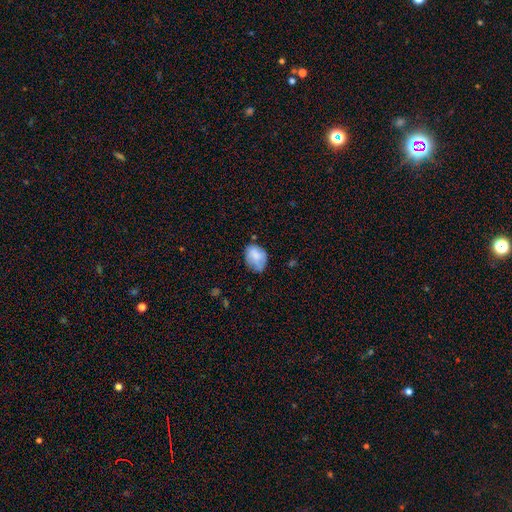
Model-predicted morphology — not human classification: A smooth galaxy with no disk features (76%) that is in between round and cigar-shaped (69%).

Vote fractions:
- Smooth or featured? smooth: 76% / featured or disk: 16% / star or artifact: 8%
- How rounded? in between: 69% / round: 30% / cigar-shaped: 1%
- Merging? none: 56% / minor disturbance: 33% / major disturbance: 9% / merger: 3%